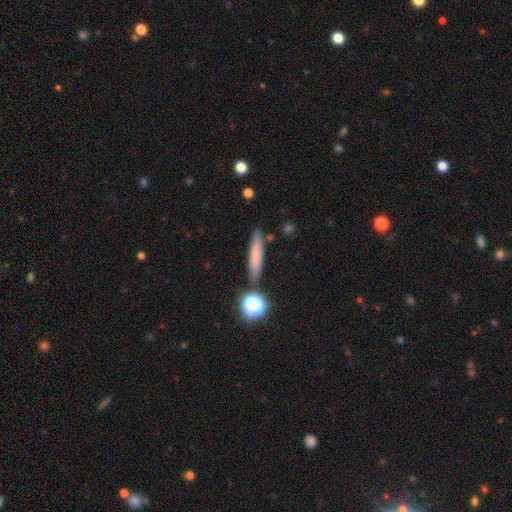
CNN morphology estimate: smooth_or_featured: smooth (p=0.72) [alt: featured or disk p=0.18]
how_rounded: cigar-shaped (p=0.84) [alt: in between p=0.12]
merging: none (p=0.81) [alt: minor disturbance p=0.11]